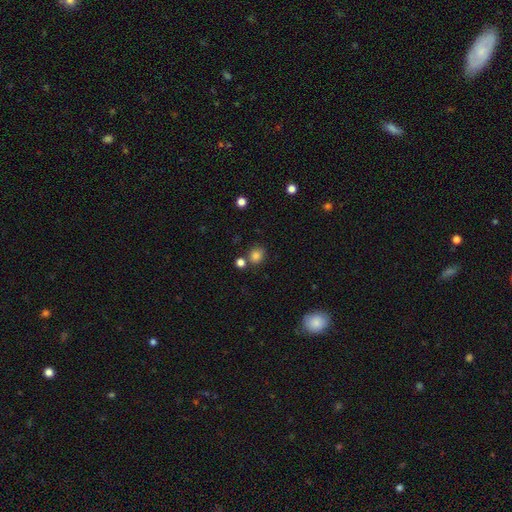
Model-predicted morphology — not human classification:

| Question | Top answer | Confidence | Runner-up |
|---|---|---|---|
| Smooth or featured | smooth | 83% | star or artifact (12%) |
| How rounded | round | 79% | in between (20%) |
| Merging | none | 73% | merger (13%) |